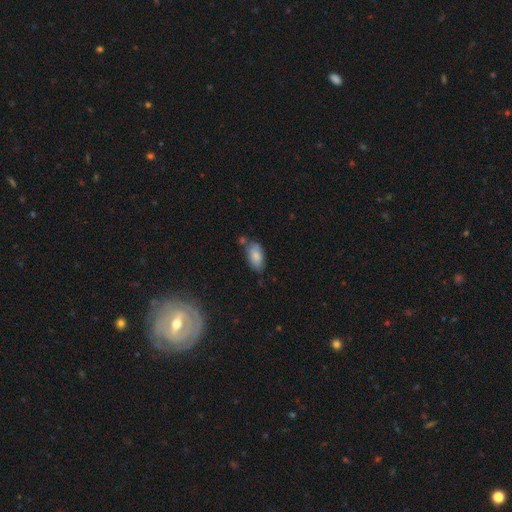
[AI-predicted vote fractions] This is clearly a smooth galaxy (84%). How rounded: clearly in between (92%). Merging: likely none (61%).